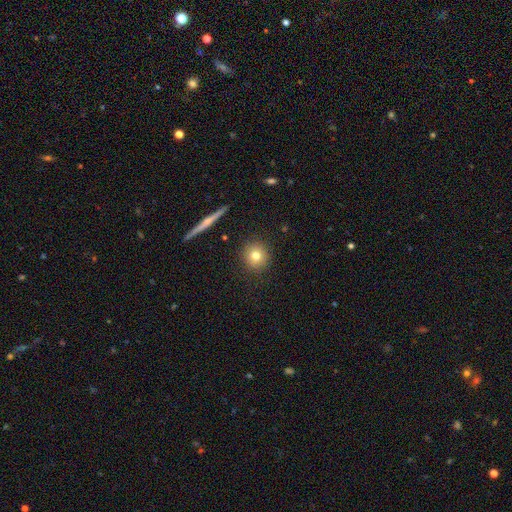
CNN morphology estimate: A smooth galaxy with no disk features (77%) that is round (93%).

Vote fractions:
- Smooth or featured? smooth: 77% / featured or disk: 13% / star or artifact: 11%
- How rounded? round: 93% / in between: 6% / cigar-shaped: 1%
- Merging? none: 90% / minor disturbance: 6% / major disturbance: 2% / merger: 2%